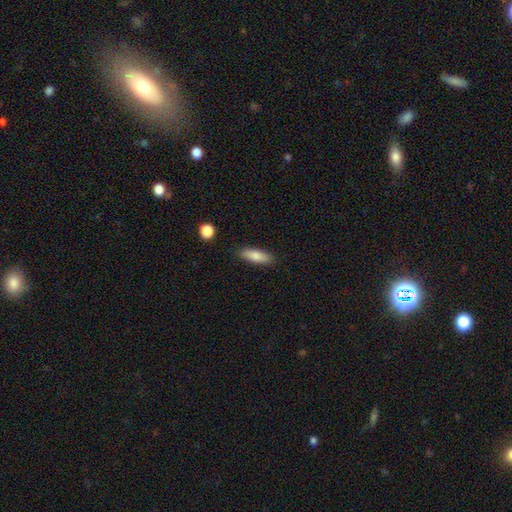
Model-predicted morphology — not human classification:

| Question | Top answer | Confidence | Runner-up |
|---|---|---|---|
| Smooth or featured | smooth | 82% | featured or disk (11%) |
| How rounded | in between | 58% | cigar-shaped (40%) |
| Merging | none | 86% | minor disturbance (10%) |